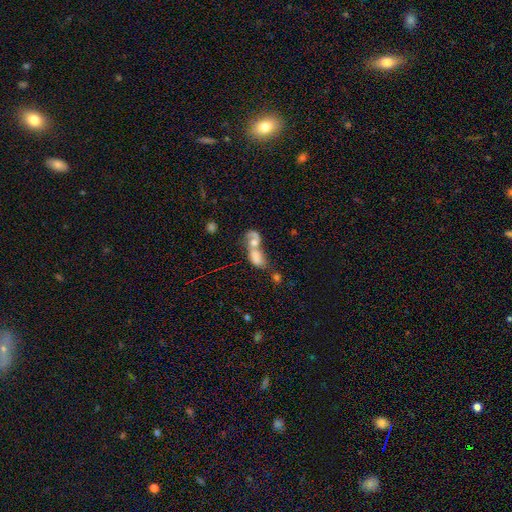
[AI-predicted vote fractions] The model was most divided on "smooth or featured": smooth: 54%, featured or disk: 32%, star or artifact: 14%. More confident: how rounded — in between (73%); merging — merger (68%).